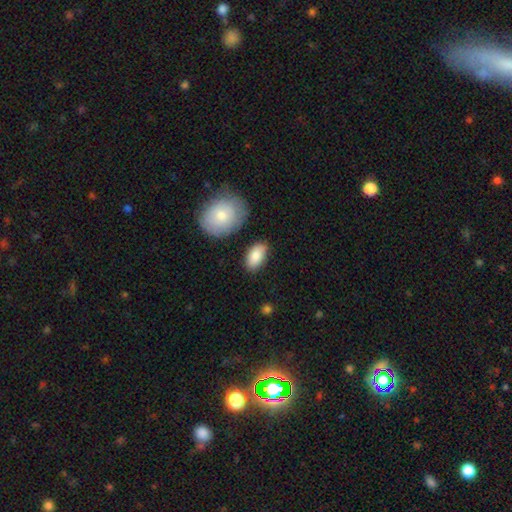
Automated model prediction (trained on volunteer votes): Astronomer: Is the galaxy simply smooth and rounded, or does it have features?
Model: smooth — 85%.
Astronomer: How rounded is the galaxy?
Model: in between — 93%.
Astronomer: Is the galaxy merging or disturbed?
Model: none — 79%.